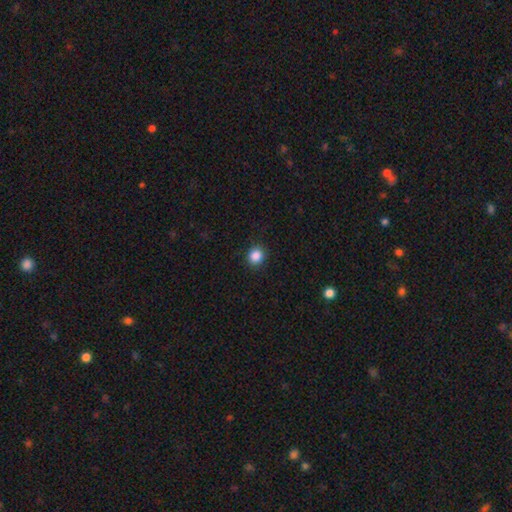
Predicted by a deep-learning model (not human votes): smooth_or_featured: smooth (p=0.87) [alt: star or artifact p=0.10]
how_rounded: round (p=0.85) [alt: in between p=0.14]
merging: none (p=0.91) [alt: minor disturbance p=0.06]